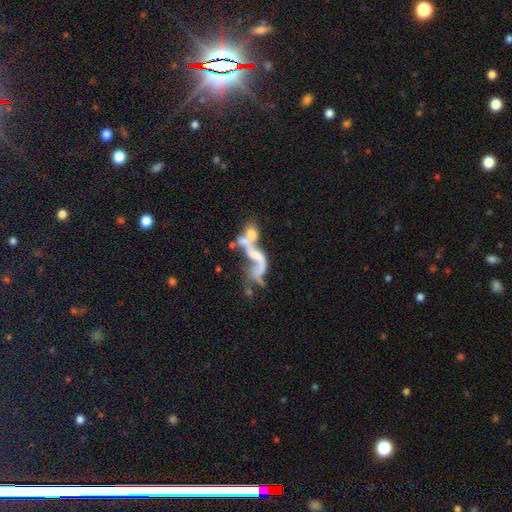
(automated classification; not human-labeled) The model was most divided on "spiral arms": no: 51%, yes: 49%. Remaining: edge-on disk — no (88%); smooth or featured — featured or disk (66%); bar — no (65%); merging — merger (53%); bulge size — none (50%).